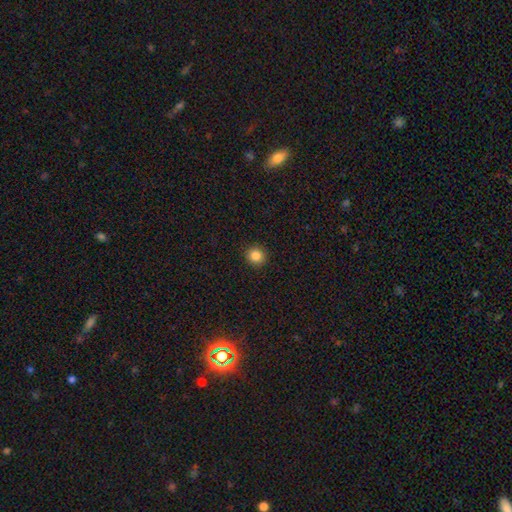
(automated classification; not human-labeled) A smooth galaxy with no disk features (85%) that is round (93%). Merging: none (92%).